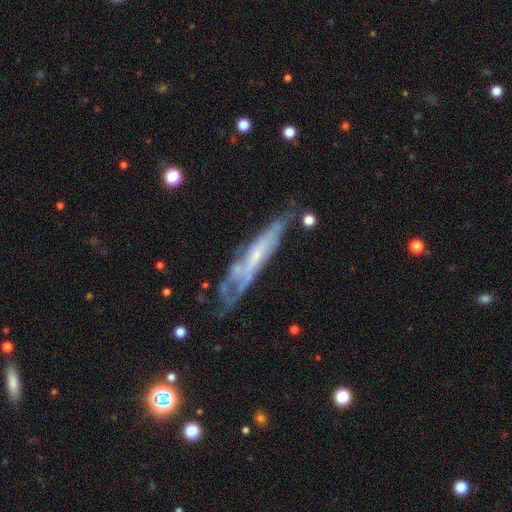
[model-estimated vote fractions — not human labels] Smooth or featured? featured or disk (68%)
Edge-on disk? yes (51%)
Merging? none (48%)